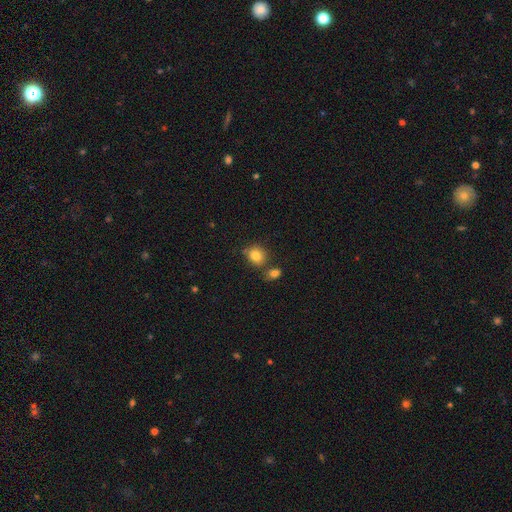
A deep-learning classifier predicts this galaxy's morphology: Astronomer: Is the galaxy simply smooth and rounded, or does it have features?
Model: smooth — 83%.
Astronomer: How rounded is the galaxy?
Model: round — 68%.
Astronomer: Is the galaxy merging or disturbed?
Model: none — 67%.